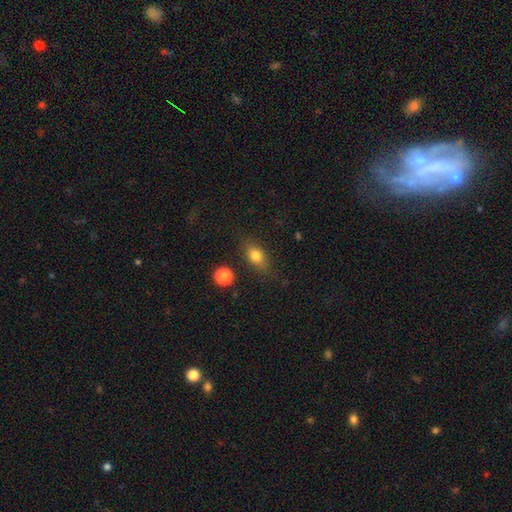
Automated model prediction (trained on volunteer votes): This is likely a smooth galaxy (77%). How rounded: likely in between (74%). Merging: likely none (76%).